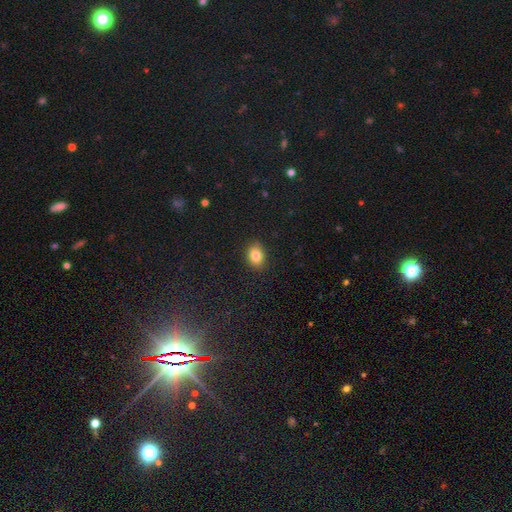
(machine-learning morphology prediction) smooth-or-featured: smooth: 83% | star or artifact: 10% | featured or disk: 7%
  how-rounded: in between: 62% | round: 37% | cigar-shaped: 1%
  merging: none: 88% | minor disturbance: 8% | major disturbance: 2% | merger: 1%